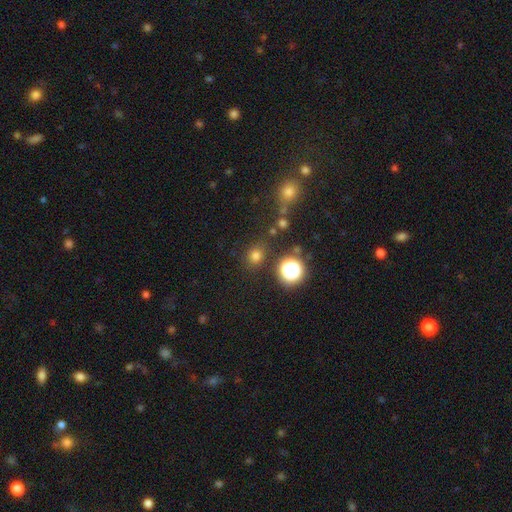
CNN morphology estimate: Smooth or featured: smooth — 72% (star or artifact — 22%)
How rounded: round — 76% (in between — 23%)
Merging: none — 82% (minor disturbance — 10%)